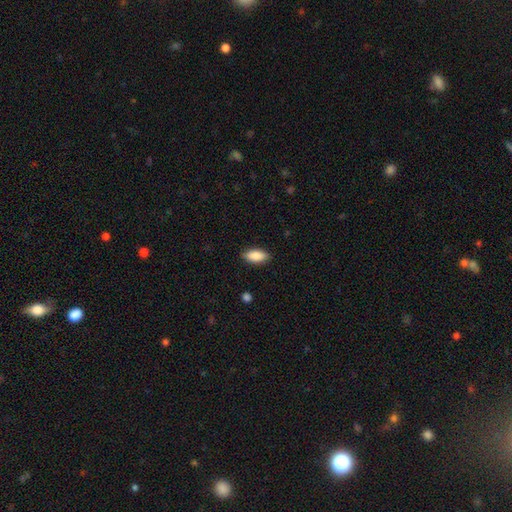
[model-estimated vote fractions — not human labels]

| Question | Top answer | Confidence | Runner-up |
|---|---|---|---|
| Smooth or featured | smooth | 88% | star or artifact (6%) |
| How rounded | in between | 89% | cigar-shaped (9%) |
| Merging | none | 88% | minor disturbance (9%) |